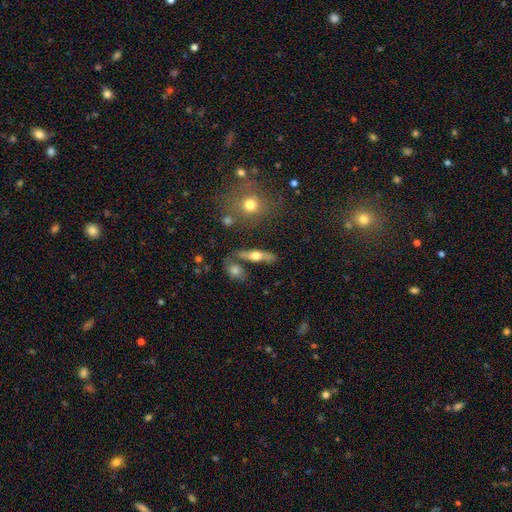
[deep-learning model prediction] A featured or disk galaxy (47%).

Vote fractions:
- Smooth or featured? featured or disk: 47% / smooth: 45% / star or artifact: 8%
- Merging? none: 70% / minor disturbance: 13% / merger: 12% / major disturbance: 5%